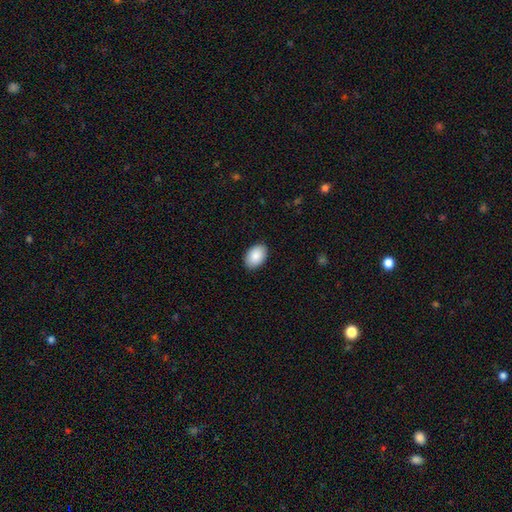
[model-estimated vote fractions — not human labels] This appears to be a smooth galaxy with no disk features (89%) that is in between round and cigar-shaped (90%). Merging: none (90%).